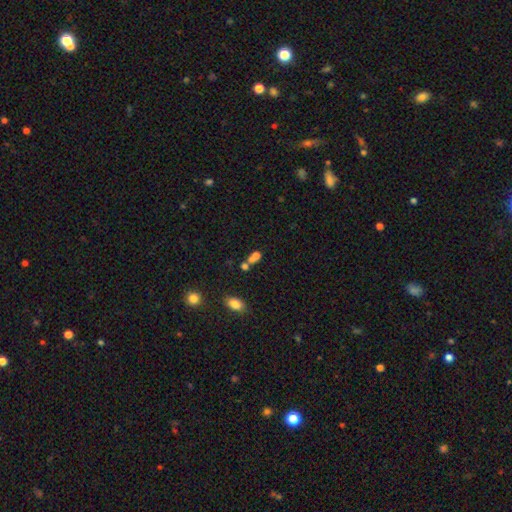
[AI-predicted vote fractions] This is possibly a smooth galaxy (59%). How rounded: possibly in between (54%). Merging: possibly none (46%).